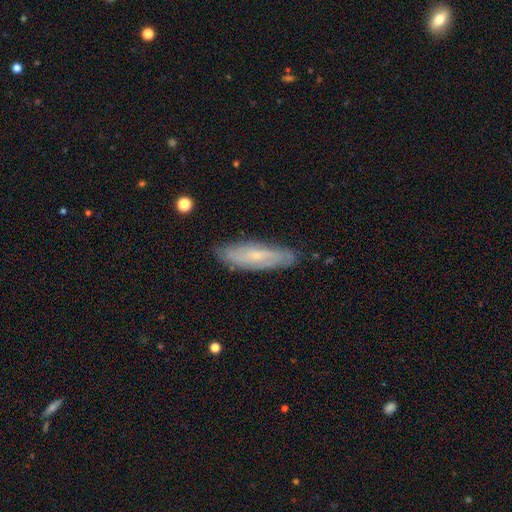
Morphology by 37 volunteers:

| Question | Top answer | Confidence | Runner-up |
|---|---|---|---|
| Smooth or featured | featured or disk | 59% | smooth (35%) |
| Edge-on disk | no | 91% | yes (9%) |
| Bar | weak | 50% | tied: no (50%) |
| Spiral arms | yes | 95% | no (5%) |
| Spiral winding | tight | 68% | medium (26%) |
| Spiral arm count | can't tell | 58% | 2 (21%) |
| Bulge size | small | 70% | moderate (25%) |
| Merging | none | 80% | minor disturbance (14%) |